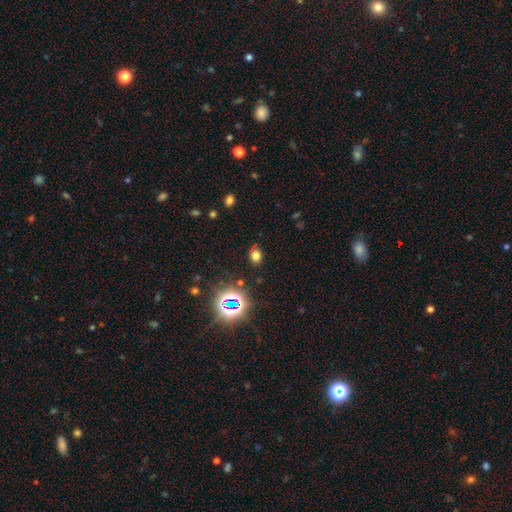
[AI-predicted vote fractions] The model was most divided on "how rounded": round: 62%, in between: 37%, cigar-shaped: 1%. More confident: merging — none (83%); smooth or featured — smooth (65%).